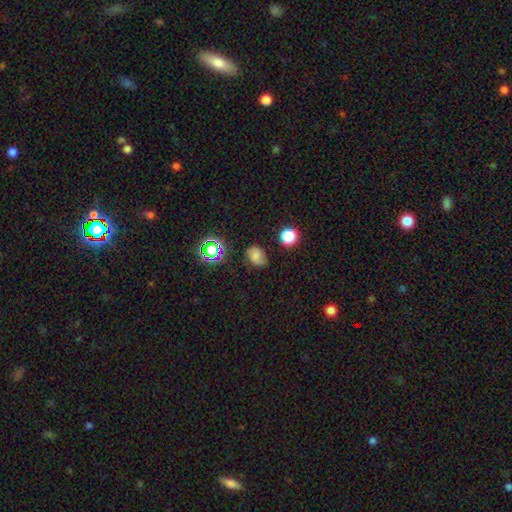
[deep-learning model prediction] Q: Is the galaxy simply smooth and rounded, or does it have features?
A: smooth — 60%.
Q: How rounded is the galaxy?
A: in between — 61%.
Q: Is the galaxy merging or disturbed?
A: none — 67%.